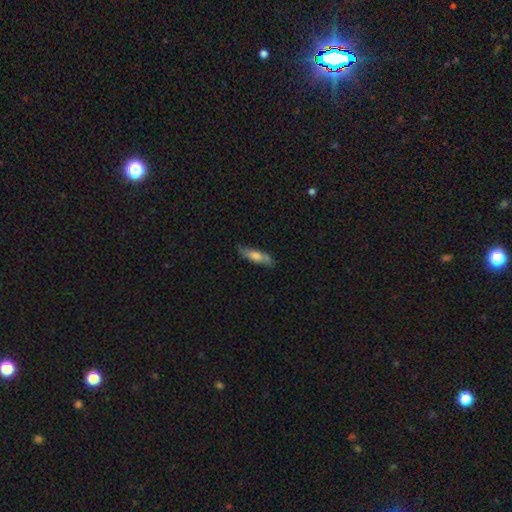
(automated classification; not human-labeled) A smooth galaxy with no disk features (56%) that is cigar-shaped (60%).

Vote fractions:
- Smooth or featured? smooth: 56% / featured or disk: 37% / star or artifact: 7%
- How rounded? cigar-shaped: 60% / in between: 38% / round: 2%
- Merging? none: 72% / minor disturbance: 20% / major disturbance: 5% / merger: 3%